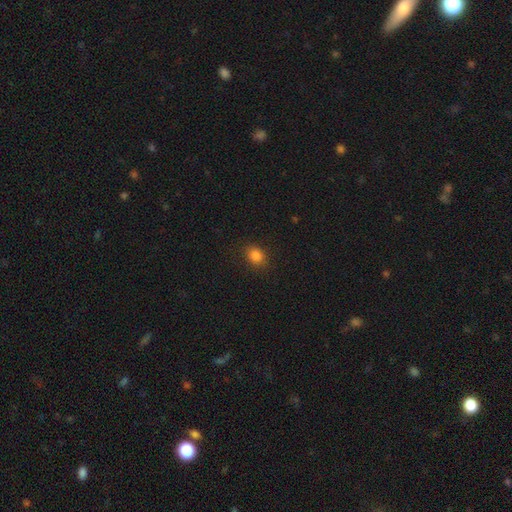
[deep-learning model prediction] Morphology: type=smooth (83%); roundness=round (54%); merging=none (86%).